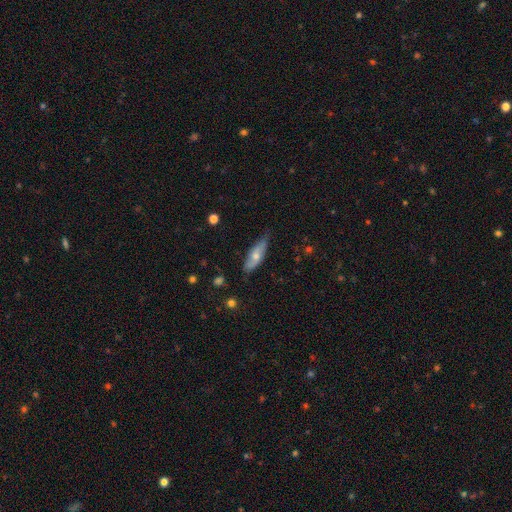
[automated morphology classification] This appears to be a smooth galaxy with no disk features (56%) that is in between round and cigar-shaped (61%). Merging: none (66%).